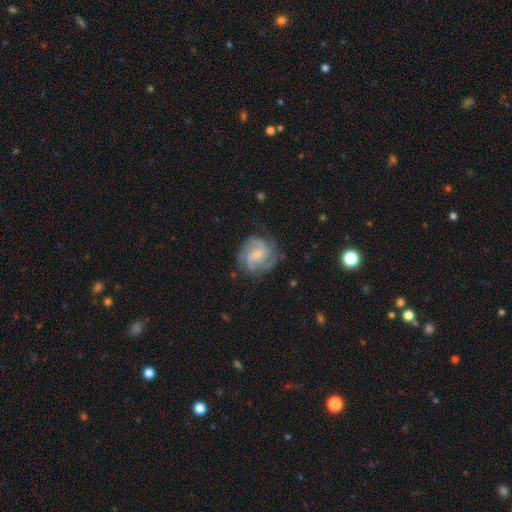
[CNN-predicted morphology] Smooth or featured?
  - featured or disk: 85% *
  - smooth: 10%
  - star or artifact: 5%
Edge-on disk?
  - no: 98% *
  - yes: 2%
Bar?
  - no: 45% * (tied)
  - weak: 45% * (tied)
  - strong: 10%
Spiral arms?
  - yes: 97% *
  - no: 3%
Spiral winding?
  - medium: 47% *
  - tight: 42%
  - loose: 11%
Spiral arm count?
  - 2: 39% *
  - 3: 33%
  - can't tell: 12%
  - 4: 6%
  - 1: 4%
  - more than 4: 4%
Bulge size?
  - small: 62% *
  - moderate: 22%
  - none: 13%
  - large: 2%
  - dominant: 1%
Merging?
  - none: 76% *
  - minor disturbance: 16%
  - major disturbance: 7%
  - merger: 1%